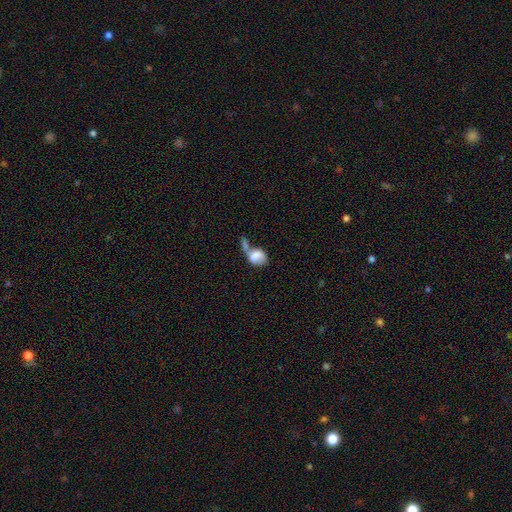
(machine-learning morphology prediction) smooth_or_featured: smooth (p=0.58) [alt: featured or disk p=0.33]
how_rounded: in between (p=0.64) [alt: round p=0.33]
merging: merger (p=0.52) [alt: major disturbance p=0.22]